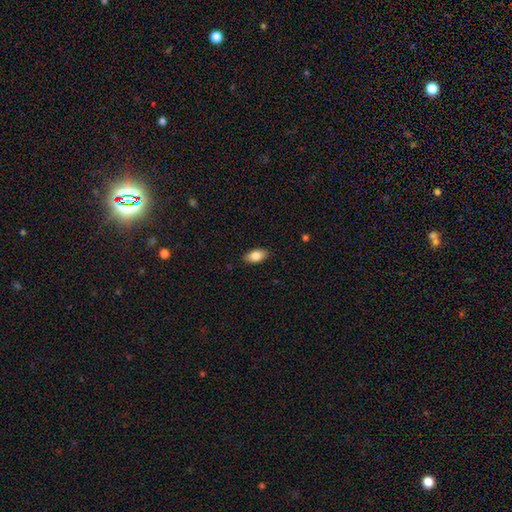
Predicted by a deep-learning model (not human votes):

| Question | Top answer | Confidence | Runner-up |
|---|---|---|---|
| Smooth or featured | smooth | 80% | featured or disk (13%) |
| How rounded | in between | 90% | cigar-shaped (5%) |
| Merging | none | 87% | minor disturbance (10%) |